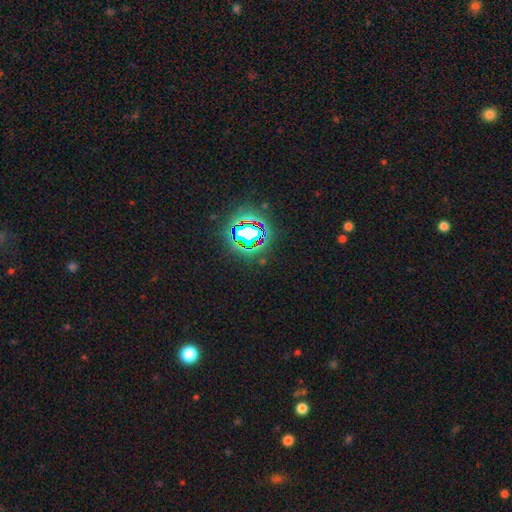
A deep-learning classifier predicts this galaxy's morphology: star or artifact 83%, smooth 10%, featured or disk 7%.